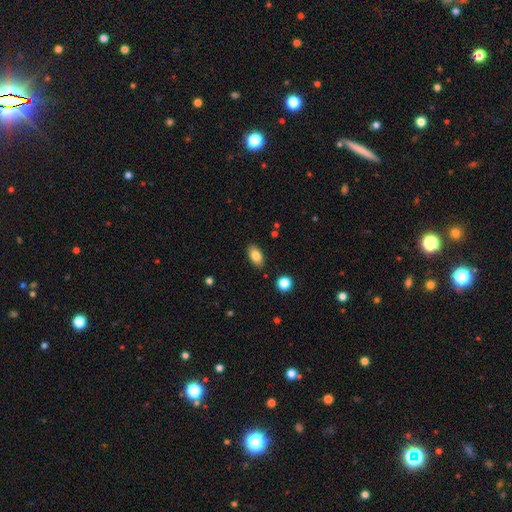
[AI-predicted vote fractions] This is clearly a smooth galaxy (83%). How rounded: clearly in between (91%). Merging: clearly none (86%).